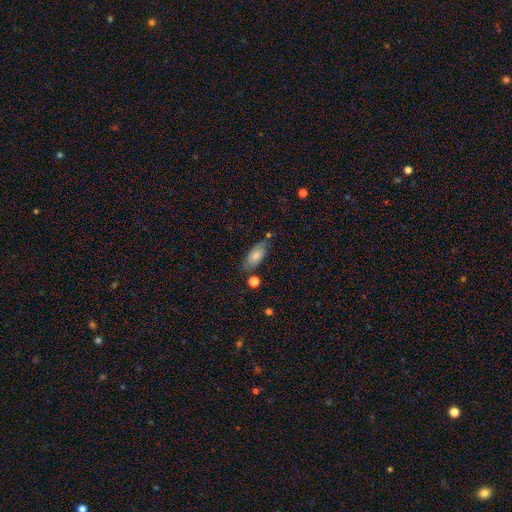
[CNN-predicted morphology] smooth 75%, featured or disk 17%, star or artifact 8%. Down the decision tree: how rounded — in between (85%); merging — none (65%).